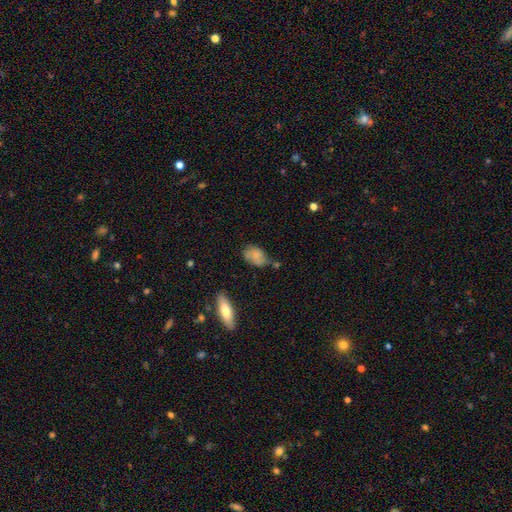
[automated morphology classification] smooth_or_featured: smooth (p=0.73) [alt: featured or disk p=0.18]
how_rounded: in between (p=0.86) [alt: round p=0.11]
merging: none (p=0.41) [alt: minor disturbance p=0.34]